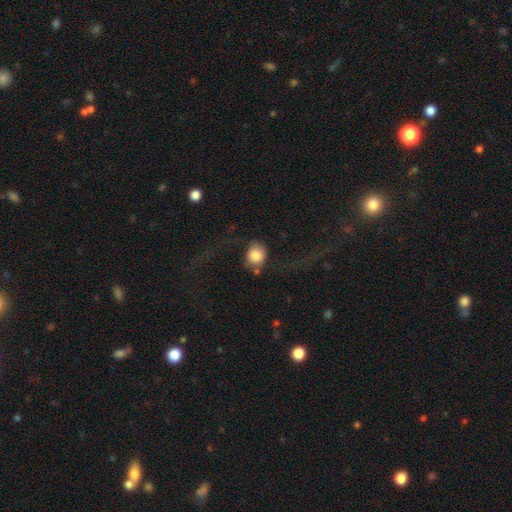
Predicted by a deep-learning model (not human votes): The model was most divided on "merging": none: 45%, major disturbance: 31%, minor disturbance: 16%, merger: 8%. More confident: smooth or featured — smooth (77%); how rounded — round (75%).